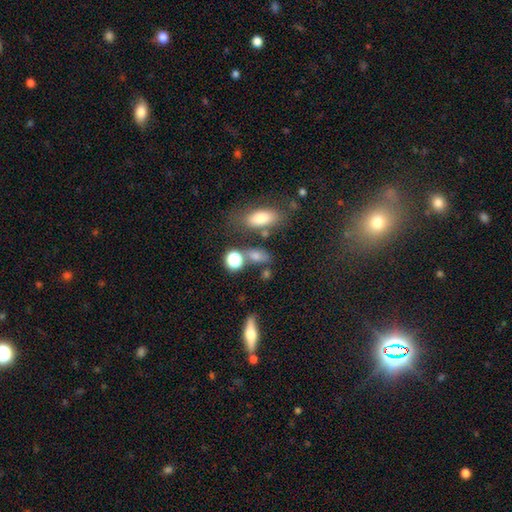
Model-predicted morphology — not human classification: type=smooth (70%); roundness=in between (64%); merging=none (57%).